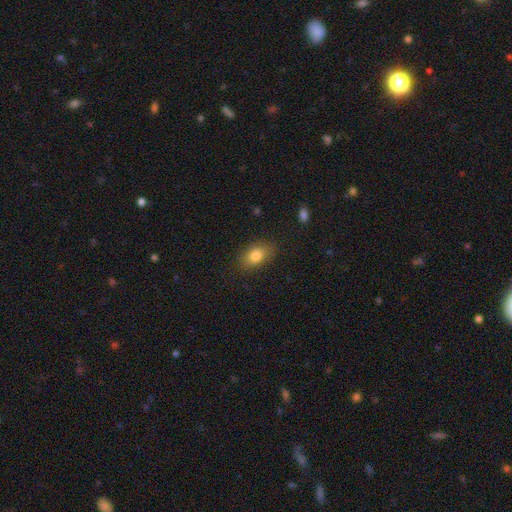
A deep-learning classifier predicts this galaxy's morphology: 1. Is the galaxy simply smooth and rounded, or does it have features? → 81% smooth, 10% featured or disk, 9% star or artifact.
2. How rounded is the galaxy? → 83% in between, 15% round, 3% cigar-shaped.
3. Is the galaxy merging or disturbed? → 83% none, 12% minor disturbance, 3% major disturbance, 1% merger.